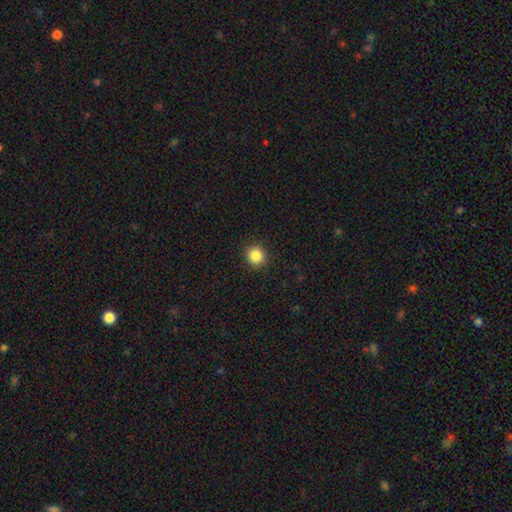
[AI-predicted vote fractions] Smooth or featured? Predicted: smooth (p=0.86). How rounded? Predicted: round (p=0.92). Merging? Predicted: none (p=0.92).